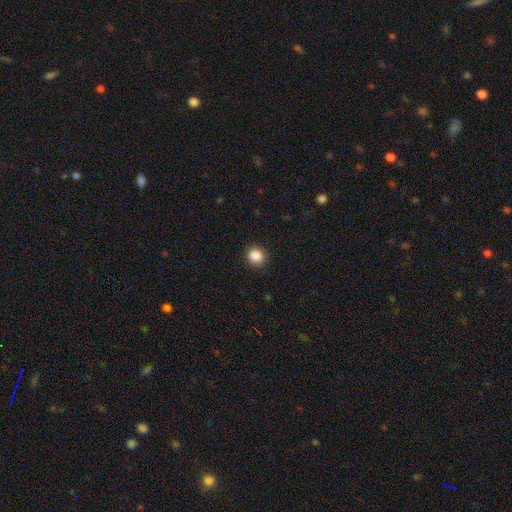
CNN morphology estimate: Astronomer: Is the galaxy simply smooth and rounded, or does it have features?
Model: smooth — 85%.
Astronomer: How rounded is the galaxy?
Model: round — 89%.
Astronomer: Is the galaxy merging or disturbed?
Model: none — 91%.